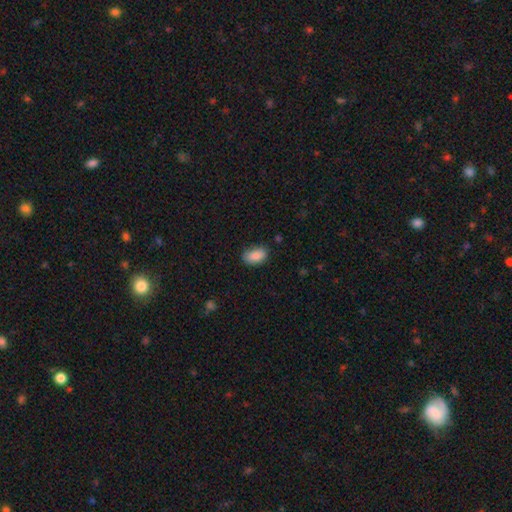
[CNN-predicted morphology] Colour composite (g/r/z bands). It shows a smooth galaxy with no disk features (87%) that is in between round and cigar-shaped (91%). Merging: none (77%).